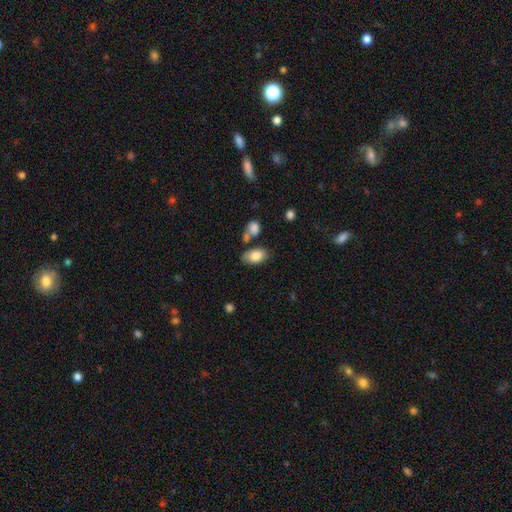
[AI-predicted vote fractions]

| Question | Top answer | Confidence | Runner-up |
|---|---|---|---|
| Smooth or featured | smooth | 82% | featured or disk (11%) |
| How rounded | in between | 92% | round (6%) |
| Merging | none | 67% | minor disturbance (15%) |